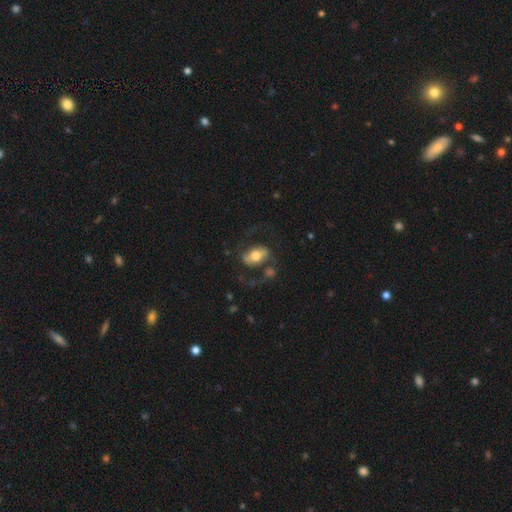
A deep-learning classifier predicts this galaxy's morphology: featured or disk 47%, smooth 46%, star or artifact 7%. Down the decision tree: merging — none (58%).